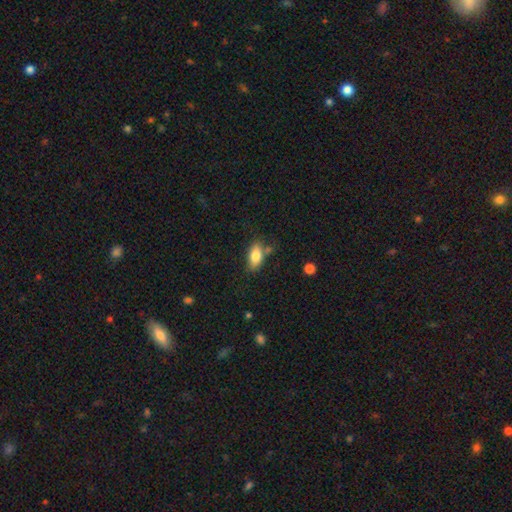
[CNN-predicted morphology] Smooth or featured: smooth — 82% (featured or disk — 11%)
How rounded: in between — 89% (cigar-shaped — 7%)
Merging: none — 68% (minor disturbance — 19%)